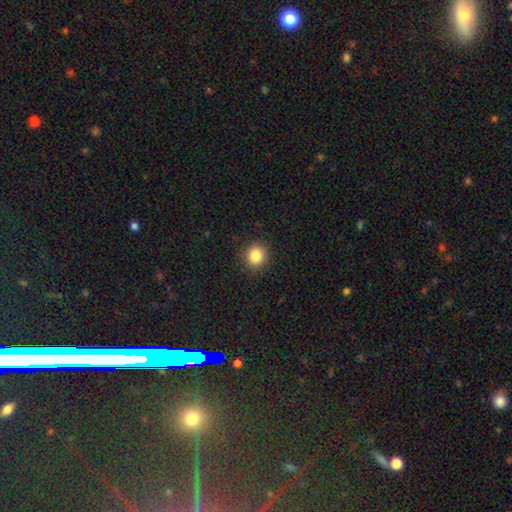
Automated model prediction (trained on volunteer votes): This appears to be a smooth galaxy with no disk features (85%) that is round (83%). Merging: none (90%).